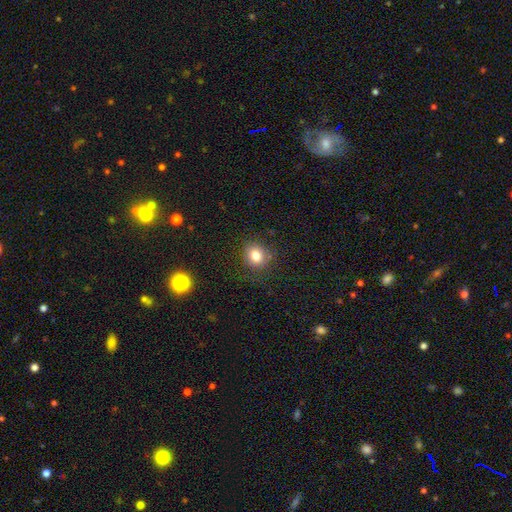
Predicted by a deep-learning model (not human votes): smooth_or_featured: smooth (p=0.80) [alt: star or artifact p=0.12]
how_rounded: round (p=0.74) [alt: in between p=0.25]
merging: none (p=0.82) [alt: minor disturbance p=0.12]